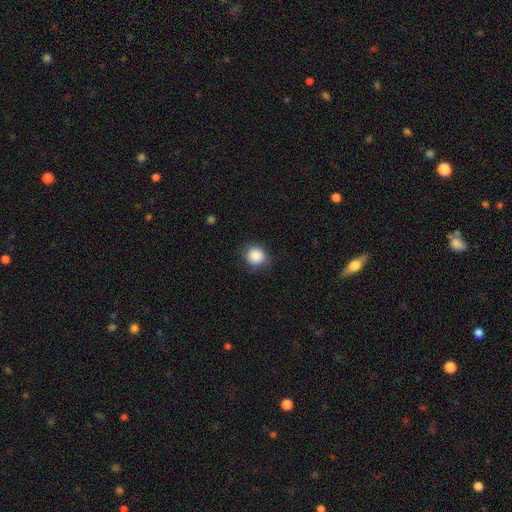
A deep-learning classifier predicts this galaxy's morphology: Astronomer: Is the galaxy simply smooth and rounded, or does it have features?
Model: smooth — 88%.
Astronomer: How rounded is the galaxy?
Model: round — 83%.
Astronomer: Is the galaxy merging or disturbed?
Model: none — 85%.